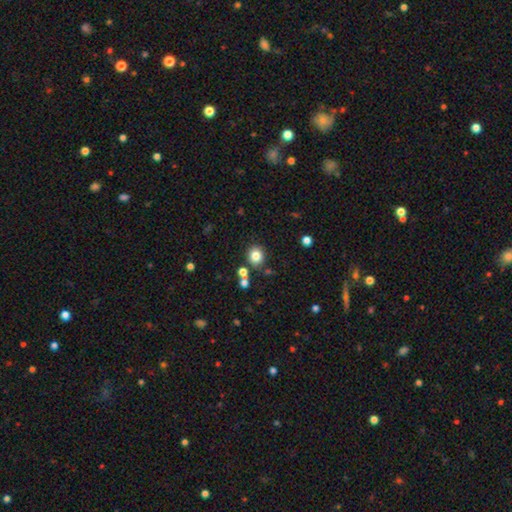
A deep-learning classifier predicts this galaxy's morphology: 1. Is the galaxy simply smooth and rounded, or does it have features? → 81% smooth, 12% star or artifact, 7% featured or disk.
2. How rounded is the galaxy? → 79% round, 20% in between, 1% cigar-shaped.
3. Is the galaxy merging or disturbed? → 79% none, 10% minor disturbance, 8% merger, 3% major disturbance.